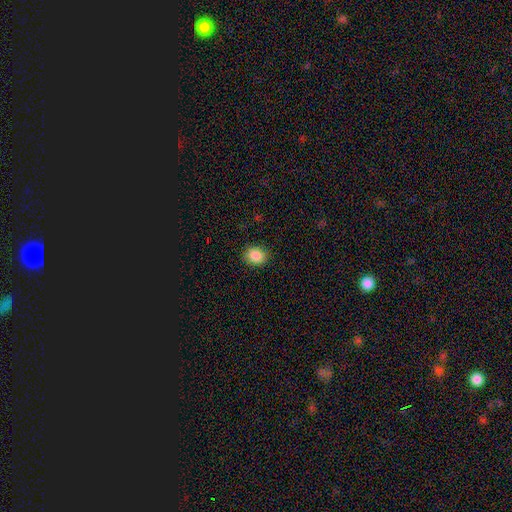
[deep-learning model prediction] Overall: smooth (88%). How rounded: round (59%; in between 40%). Merging: none (89%).